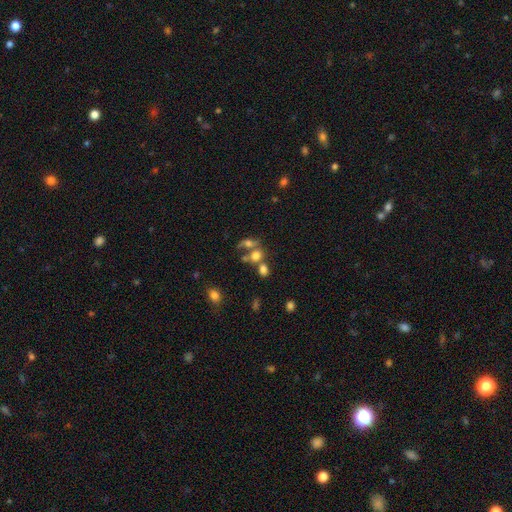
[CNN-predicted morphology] Q: Smooth or featured?
A: smooth (67%); runner-up: featured or disk (18%)
Q: How rounded?
A: in between (51%); runner-up: round (47%)
Q: Merging?
A: merger (48%); runner-up: none (33%)